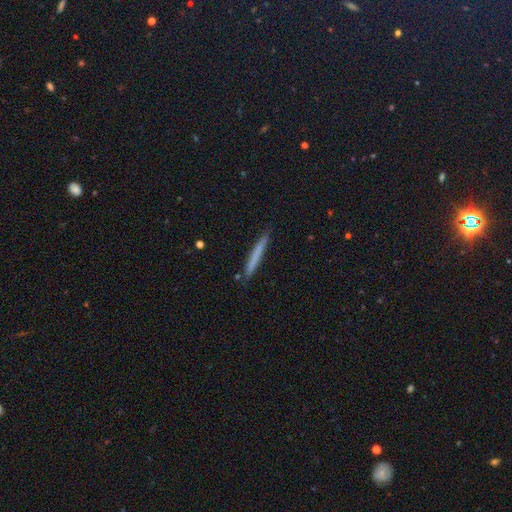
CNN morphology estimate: smooth 67%, featured or disk 27%, star or artifact 6%. Down the decision tree: how rounded — cigar-shaped (97%); merging — none (89%).